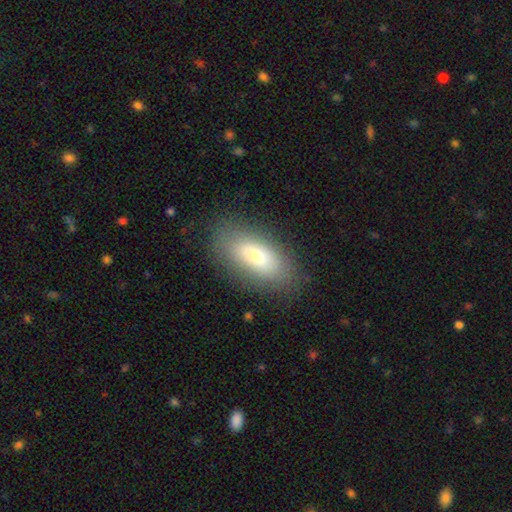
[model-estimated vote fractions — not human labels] Smooth or featured: smooth — 73% (featured or disk — 19%)
How rounded: in between — 84% (cigar-shaped — 12%)
Merging: none — 82% (minor disturbance — 12%)